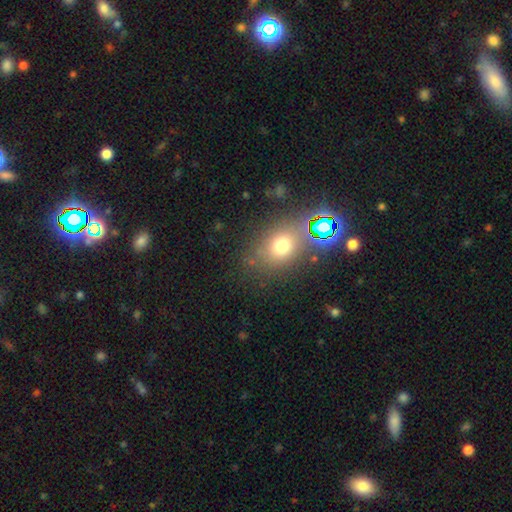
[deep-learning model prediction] Overall: smooth (59%; star or artifact 28%). How rounded: round (50%; in between 48%). Merging: none (71%).